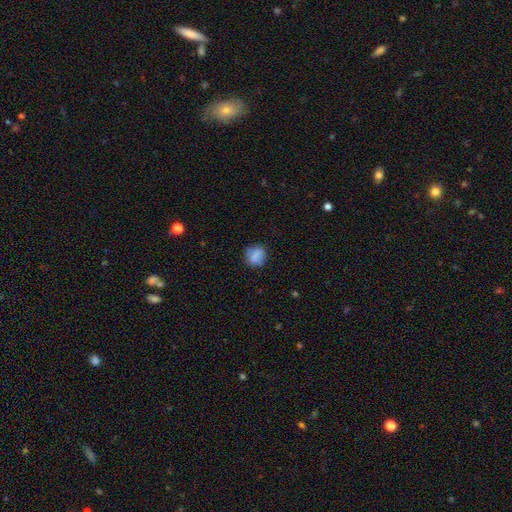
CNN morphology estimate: smooth 84%, star or artifact 9%, featured or disk 8%. Down the decision tree: how rounded — round (71%); merging — none (76%).